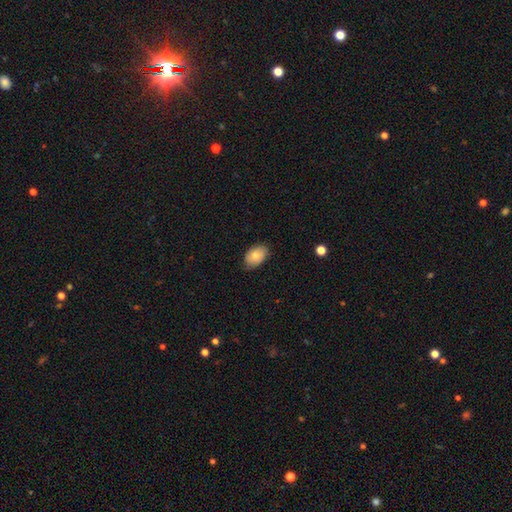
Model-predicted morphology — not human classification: Smooth or featured? smooth (77%)
How rounded? in between (89%)
Merging? none (75%)